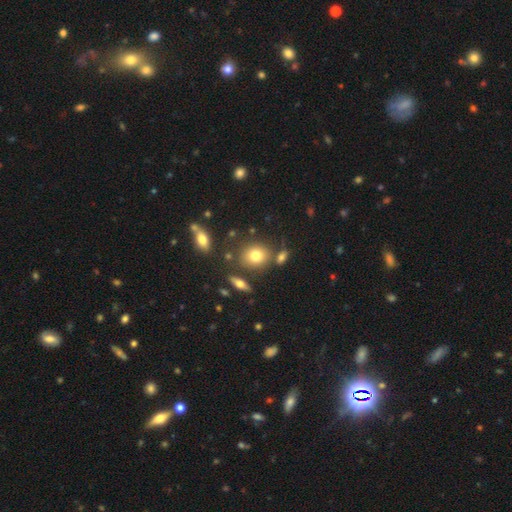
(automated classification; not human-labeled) smooth-or-featured: smooth: 76% | featured or disk: 13% | star or artifact: 11%
  how-rounded: round: 65% | in between: 33% | cigar-shaped: 2%
  merging: none: 75% | minor disturbance: 12% | merger: 9% | major disturbance: 4%